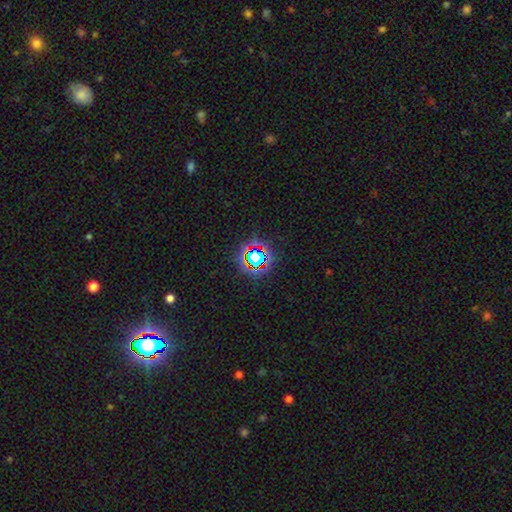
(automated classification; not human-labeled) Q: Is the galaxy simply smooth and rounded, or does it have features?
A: star or artifact — 69%.